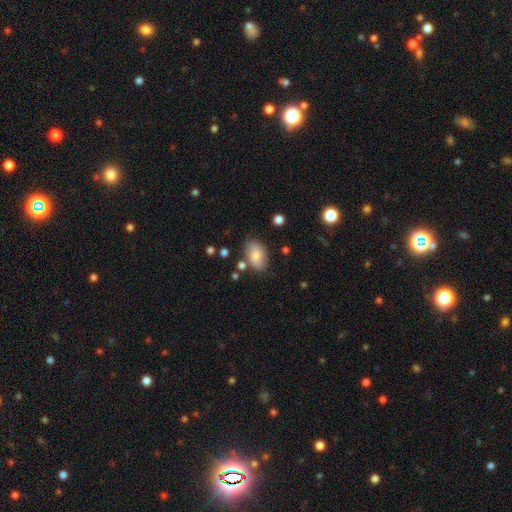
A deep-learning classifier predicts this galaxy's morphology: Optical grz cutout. It shows a smooth galaxy with no disk features (79%) that is in between round and cigar-shaped (90%). Merging: none (76%).